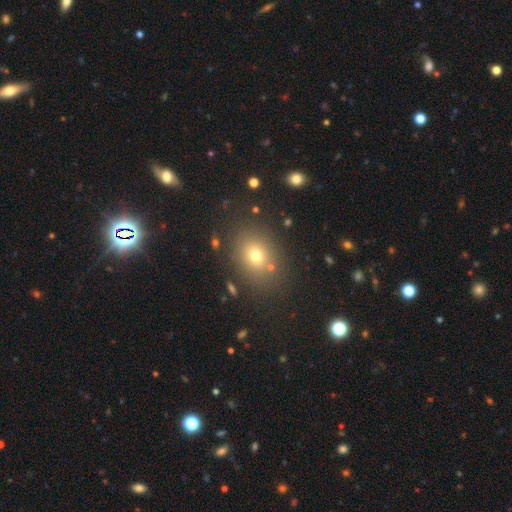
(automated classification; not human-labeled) Smooth or featured? Predicted: smooth (p=0.71). How rounded? Predicted: round (p=0.55). Merging? Predicted: none (p=0.82).